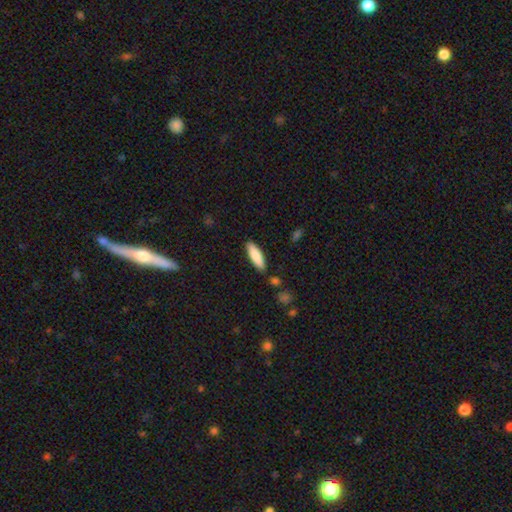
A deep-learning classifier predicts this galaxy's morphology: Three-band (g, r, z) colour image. It shows a smooth galaxy with no disk features (83%) that is cigar-shaped (55%). Merging: none (87%).